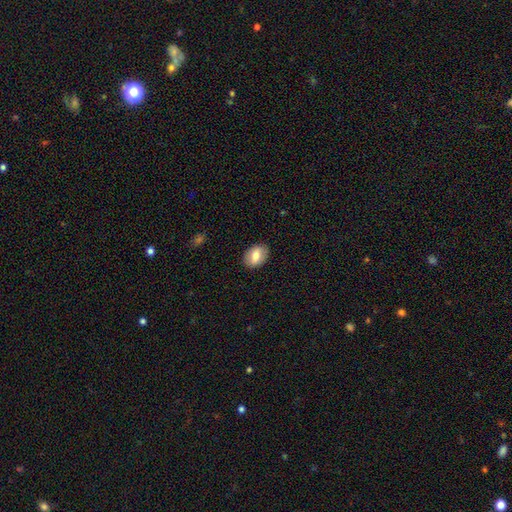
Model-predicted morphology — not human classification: A smooth galaxy with no disk features (72%) that is in between round and cigar-shaped (78%).

Vote fractions:
- Smooth or featured? smooth: 72% / featured or disk: 21% / star or artifact: 7%
- How rounded? in between: 78% / round: 20% / cigar-shaped: 1%
- Merging? none: 87% / minor disturbance: 10% / major disturbance: 3% / merger: 1%